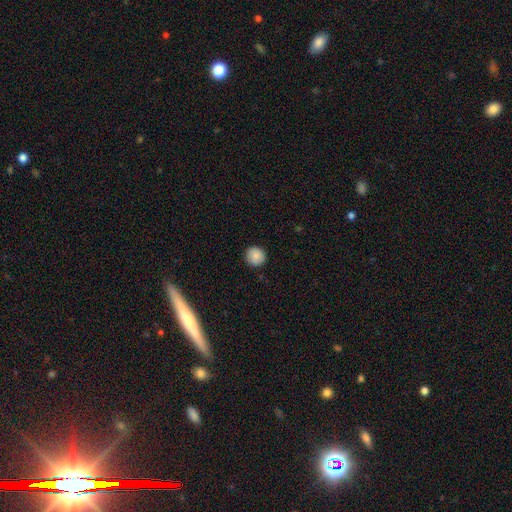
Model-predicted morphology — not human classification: This appears to be a smooth galaxy with no disk features (86%) that is round (92%). Merging: none (88%).